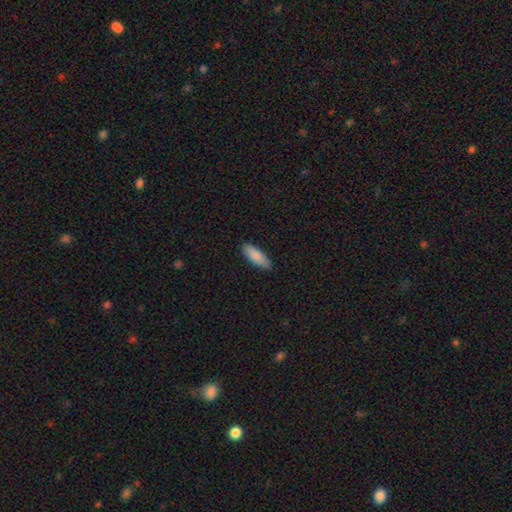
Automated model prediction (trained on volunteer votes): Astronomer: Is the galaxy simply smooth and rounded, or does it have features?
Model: smooth — 88%.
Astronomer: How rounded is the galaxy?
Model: in between — 60% (runner-up: cigar-shaped, 39%).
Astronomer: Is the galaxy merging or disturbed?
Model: none — 89%.